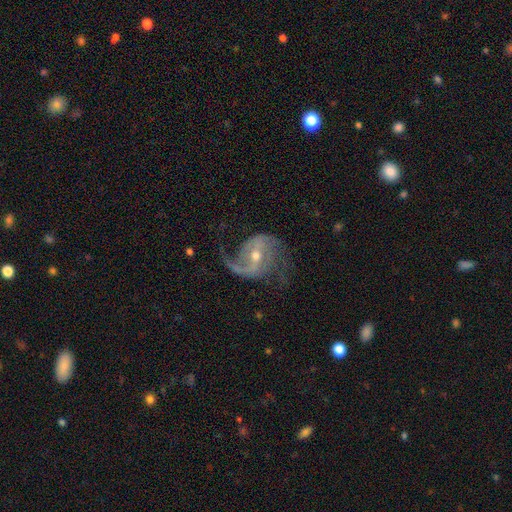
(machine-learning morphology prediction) This appears to be a featured or disk galaxy (90%) with a weak bar (44%), 2 (81%) loose (51%) spiral arms (97%) and a moderate central bulge (51%). Merging: none (63%).